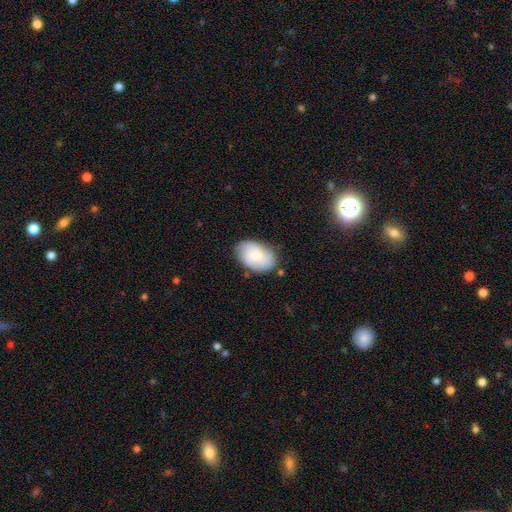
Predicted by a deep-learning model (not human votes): This is possibly a smooth galaxy (55%). How rounded: clearly in between (88%). Merging: likely none (75%).